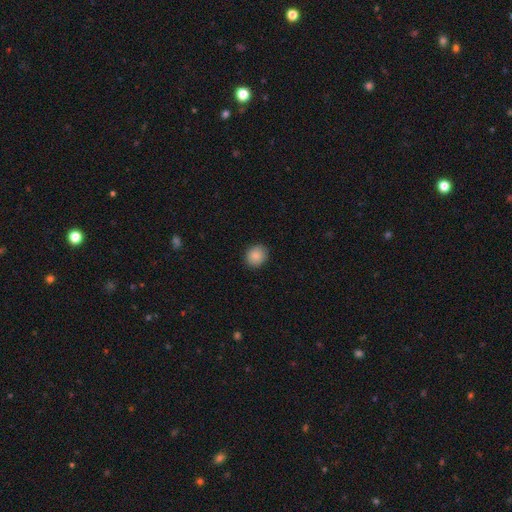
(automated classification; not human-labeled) Morphology: type=smooth (87%); roundness=round (76%); merging=none (90%).